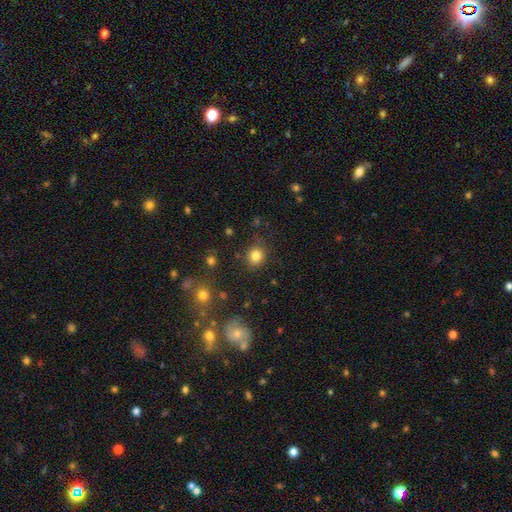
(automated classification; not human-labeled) The model was most divided on "how rounded": round: 76%, in between: 23%, cigar-shaped: 1%. More confident: merging — none (83%); smooth or featured — smooth (82%).